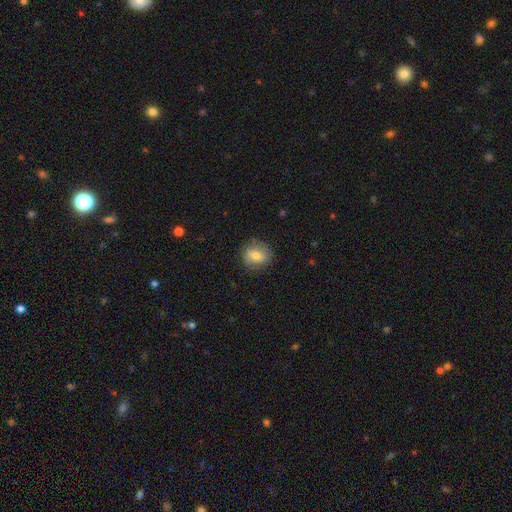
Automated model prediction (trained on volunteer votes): A smooth galaxy with no disk features (69%) that is round (69%).

Vote fractions:
- Smooth or featured? smooth: 69% / featured or disk: 22% / star or artifact: 8%
- How rounded? round: 69% / in between: 30% / cigar-shaped: 1%
- Merging? none: 79% / minor disturbance: 16% / major disturbance: 5% / merger: 1%